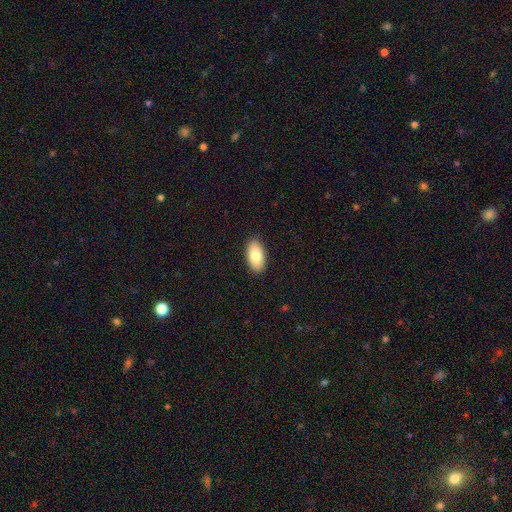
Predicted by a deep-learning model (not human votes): Smooth or featured? smooth (81%)
How rounded? in between (93%)
Merging? none (89%)